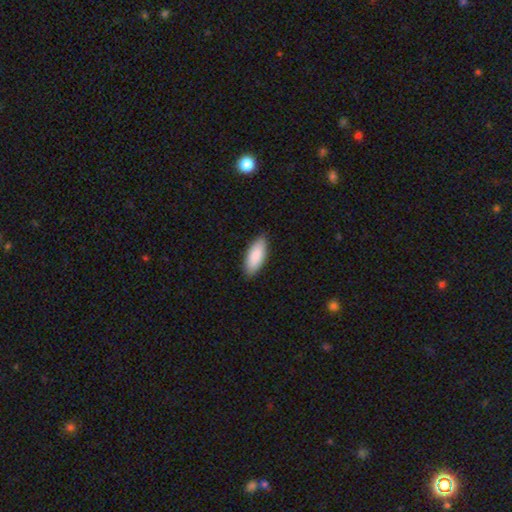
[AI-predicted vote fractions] Smooth or featured: smooth — 88% (featured or disk — 7%)
How rounded: in between — 80% (cigar-shaped — 18%)
Merging: none — 87% (minor disturbance — 10%)